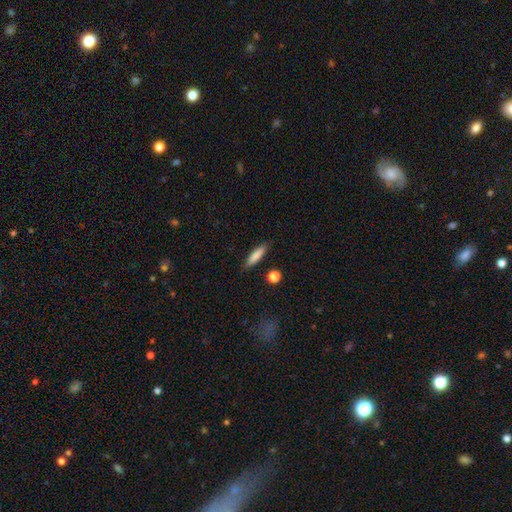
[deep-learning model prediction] Morphology: type=smooth (82%); roundness=cigar-shaped (78%); merging=none (86%).